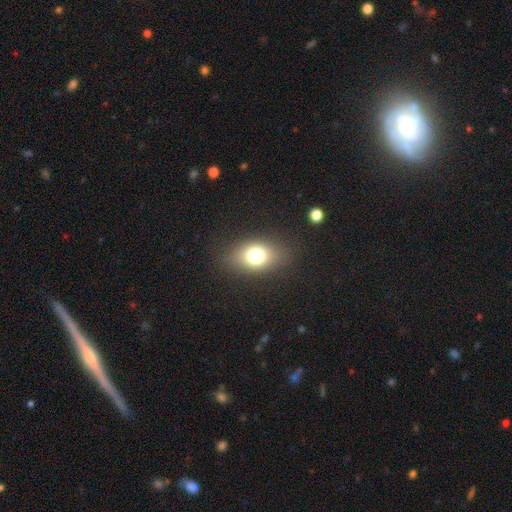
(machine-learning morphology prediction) The model was most divided on "how rounded": in between: 74%, round: 24%, cigar-shaped: 2%. More confident: merging — none (82%); smooth or featured — smooth (73%).